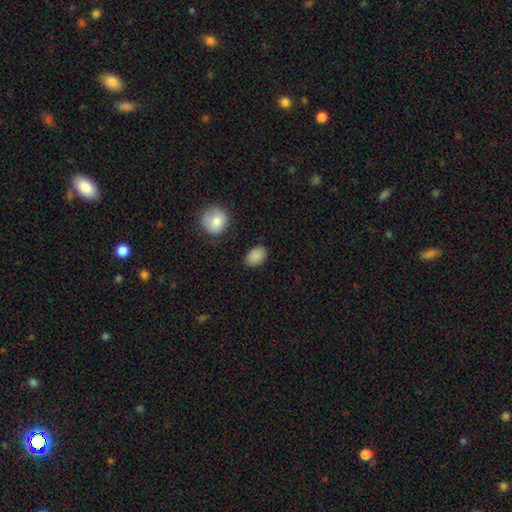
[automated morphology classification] Smooth or featured?
  - smooth: 88% *
  - star or artifact: 8%
  - featured or disk: 4%
How rounded?
  - in between: 77% *
  - round: 22%
  - cigar-shaped: 1%
Merging?
  - none: 81% *
  - minor disturbance: 14%
  - major disturbance: 3%
  - merger: 2%